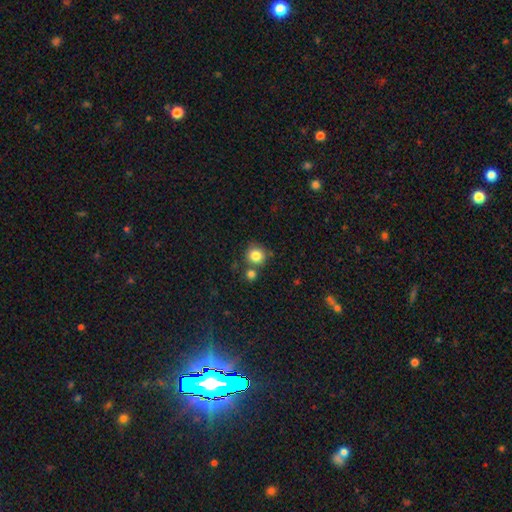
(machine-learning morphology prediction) Q: Smooth or featured?
A: smooth (83%); runner-up: star or artifact (10%)
Q: How rounded?
A: round (90%); runner-up: in between (9%)
Q: Merging?
A: none (66%); runner-up: merger (20%)